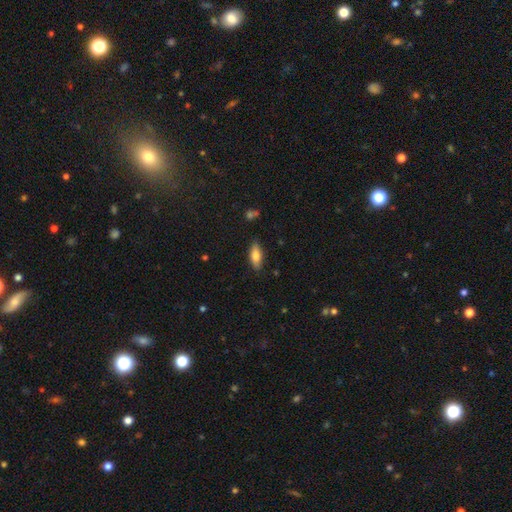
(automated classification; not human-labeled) This is likely a smooth galaxy (77%). How rounded: likely in between (76%). Merging: clearly none (84%).